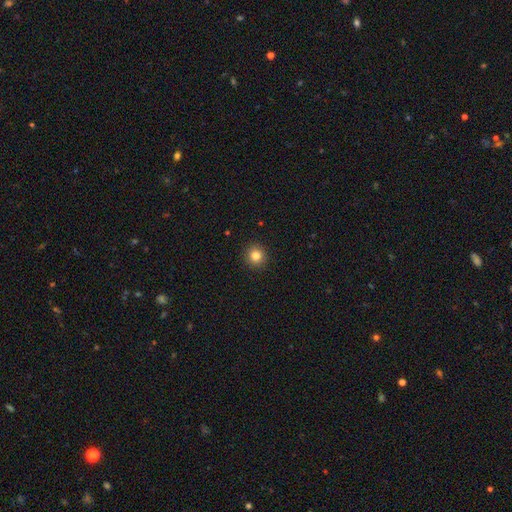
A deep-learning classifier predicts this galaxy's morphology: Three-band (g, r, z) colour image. It shows a smooth galaxy with no disk features (83%) that is round (93%). Merging: none (92%).